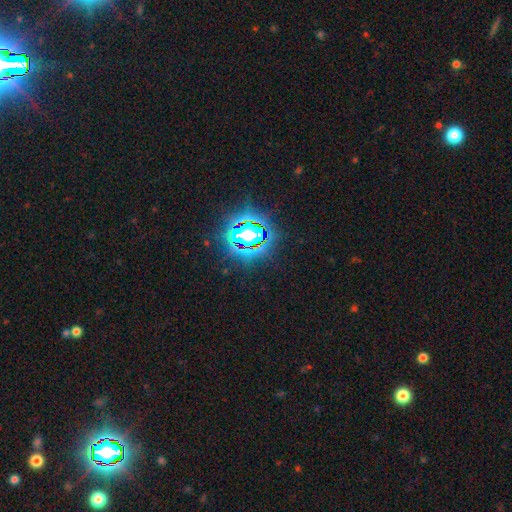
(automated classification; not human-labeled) The model was most divided on "smooth or featured": star or artifact: 84%, smooth: 9%, featured or disk: 6%.